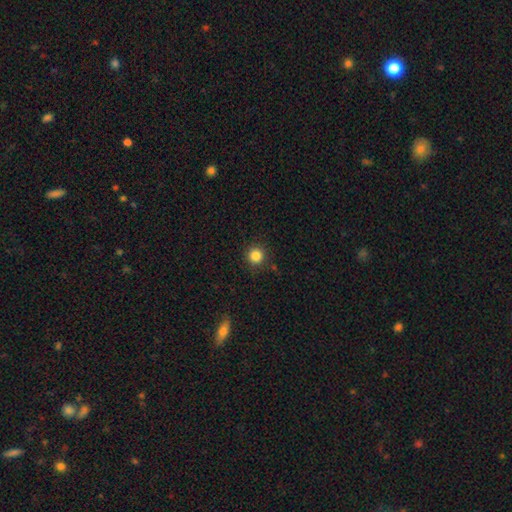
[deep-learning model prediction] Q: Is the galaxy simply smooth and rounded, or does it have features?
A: smooth — 85%.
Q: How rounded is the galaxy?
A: round — 95%.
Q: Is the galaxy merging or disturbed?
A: none — 90%.